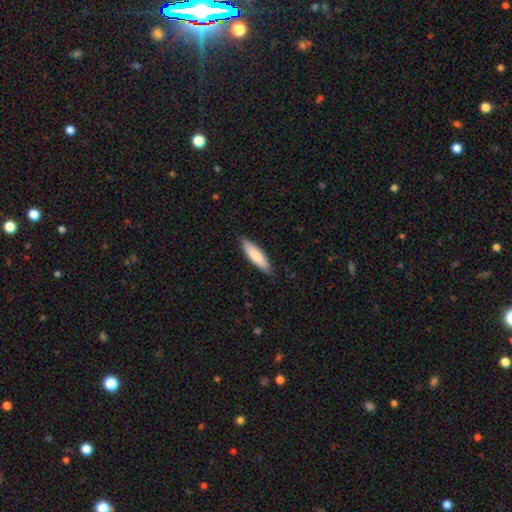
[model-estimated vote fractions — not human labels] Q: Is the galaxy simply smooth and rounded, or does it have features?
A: smooth — 82%.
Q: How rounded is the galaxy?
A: cigar-shaped — 61%.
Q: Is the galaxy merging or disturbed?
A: none — 85%.